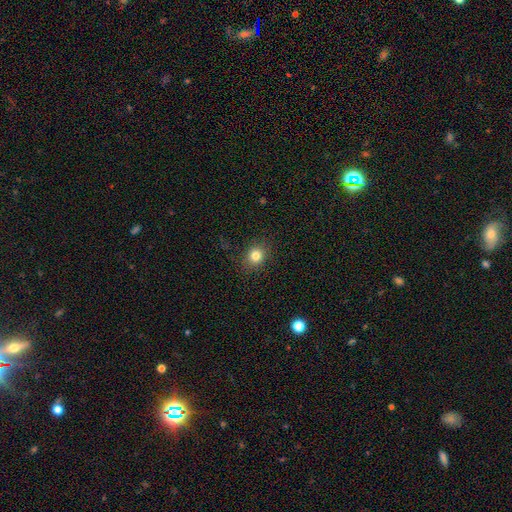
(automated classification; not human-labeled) The model was most divided on "how rounded": round: 76%, in between: 23%, cigar-shaped: 1%. More confident: merging — none (88%); smooth or featured — smooth (82%).